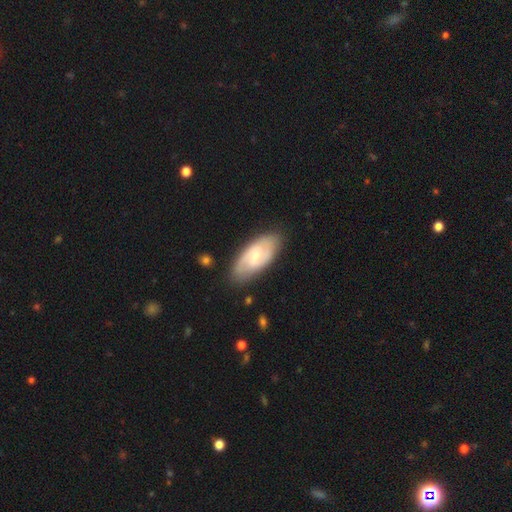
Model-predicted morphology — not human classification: Overall: featured or disk (66%; smooth 29%). Edge-on disk: no (93%). Bar: weak (54%; no 33%). Spiral arms: yes (89%). Spiral arm count: 2 (73%). Spiral winding: medium (45%; tight 36%). Bulge size: small (58%; moderate 33%). Merging: none (81%).